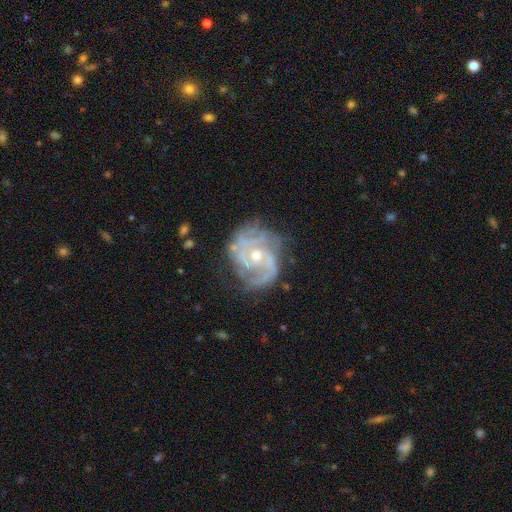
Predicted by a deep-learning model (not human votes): A featured or disk galaxy (89%) with no bar (65%), 2 (45%) tight (49%) spiral arms (95%) and a moderate central bulge (55%).

Vote fractions:
- Smooth or featured? featured or disk: 89% / smooth: 6% / star or artifact: 6%
- Edge-on disk? no: 98% / yes: 2%
- Bar? no: 65% / weak: 29% / strong: 6%
- Spiral arms? yes: 95% / no: 5%
- Spiral winding? tight: 49% / medium: 39% / loose: 12%
- Spiral arm count? 2: 45% / can't tell: 21% / 3: 17% / 4: 6% / 1: 6% / more than 4: 5%
- Bulge size? moderate: 55% / small: 42% / large: 2% / none: 1% / dominant: 1%
- Merging? none: 65% / minor disturbance: 22% / major disturbance: 12% / merger: 2%